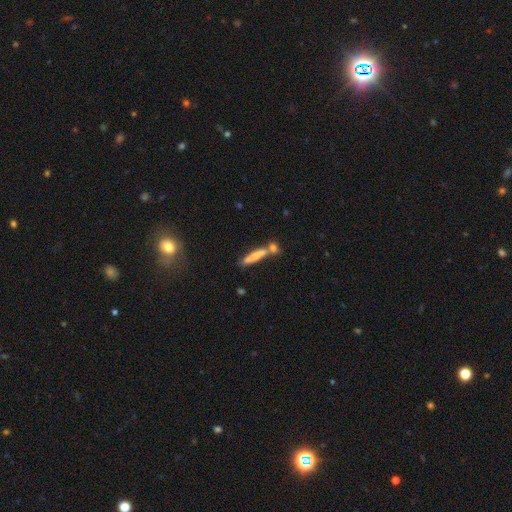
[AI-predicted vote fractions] Morphology: type=smooth (66%); roundness=cigar-shaped (88%); merging=none (53%).